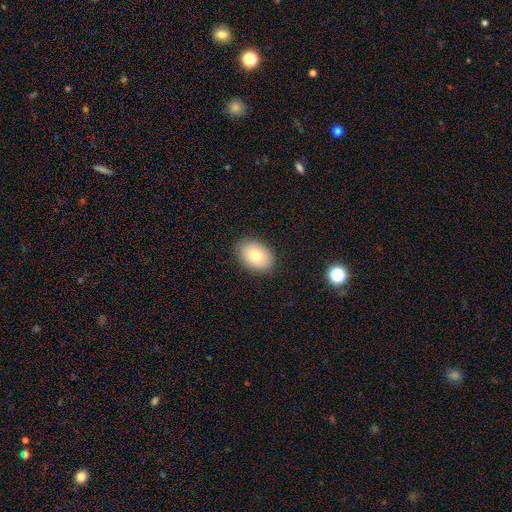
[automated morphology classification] Overall: smooth (76%). How rounded: in between (81%). Merging: none (87%).